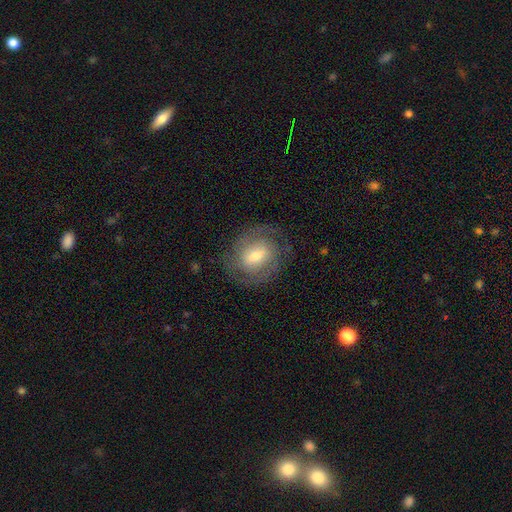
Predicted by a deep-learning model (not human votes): A featured or disk galaxy (74%) with a weak bar (51%), 2 (70%) tight (52%) spiral arms (90%) and a moderate central bulge (59%).

Vote fractions:
- Smooth or featured? featured or disk: 74% / smooth: 19% / star or artifact: 7%
- Edge-on disk? no: 97% / yes: 3%
- Bar? weak: 51% / no: 29% / strong: 20%
- Spiral arms? yes: 90% / no: 10%
- Spiral winding? tight: 52% / medium: 38% / loose: 10%
- Spiral arm count? 2: 70% / can't tell: 16% / 3: 7% / 1: 3% / 4: 2% / more than 4: 2%
- Bulge size? moderate: 59% / small: 31% / large: 7% / none: 1% / dominant: 1%
- Merging? none: 77% / minor disturbance: 14% / major disturbance: 8% / merger: 1%